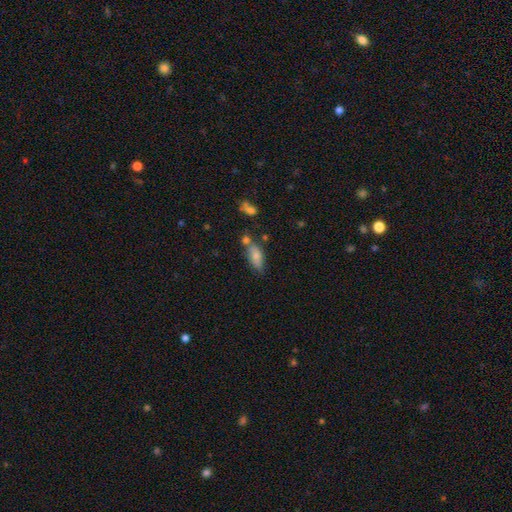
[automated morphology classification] The model was most divided on "merging": none: 55%, minor disturbance: 20%, merger: 19%, major disturbance: 6%. More confident: how rounded — in between (79%); smooth or featured — smooth (78%).